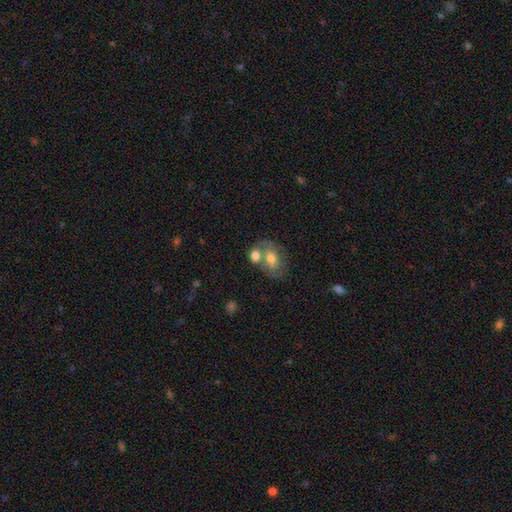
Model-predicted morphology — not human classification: Smooth or featured: smooth — 57% (featured or disk — 35%)
How rounded: in between — 65% (round — 33%)
Merging: merger — 51% (none — 31%)